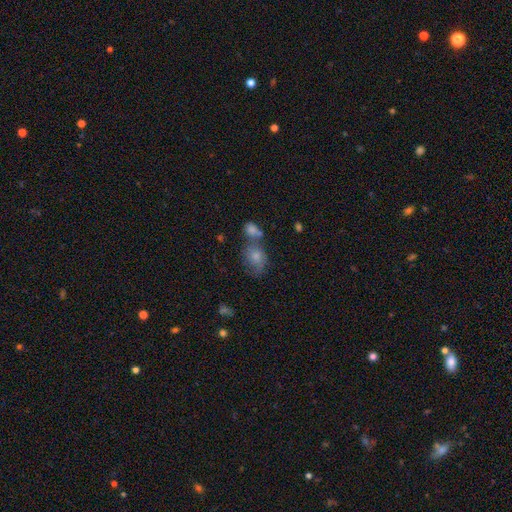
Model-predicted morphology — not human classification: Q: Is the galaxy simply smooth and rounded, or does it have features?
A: smooth — 53%.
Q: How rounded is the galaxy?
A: in between — 54%.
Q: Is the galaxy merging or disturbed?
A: none — 38%.